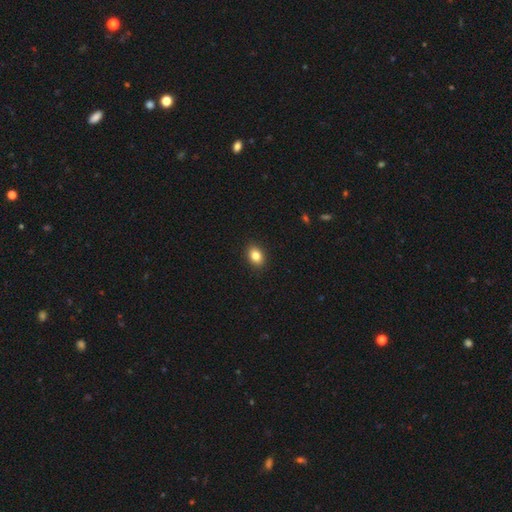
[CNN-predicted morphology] Smooth or featured? smooth (84%)
How rounded? in between (77%)
Merging? none (91%)